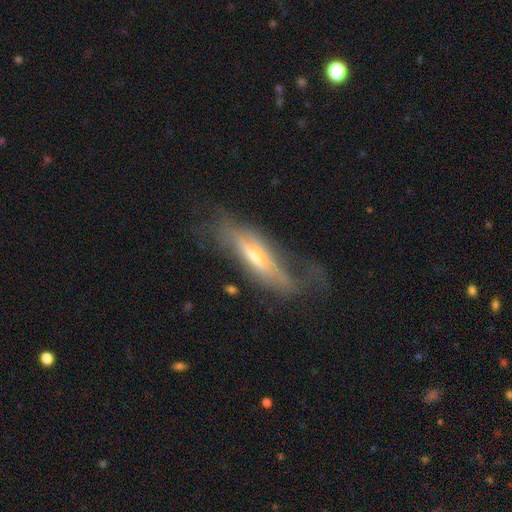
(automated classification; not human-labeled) Smooth or featured? featured or disk (64%)
Edge-on disk? yes (63%)
Merging? none (46%)